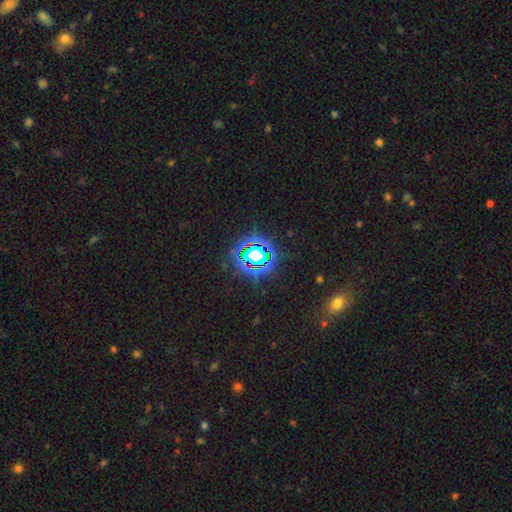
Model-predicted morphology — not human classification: Smooth or featured: star or artifact — 77% (smooth — 12%)